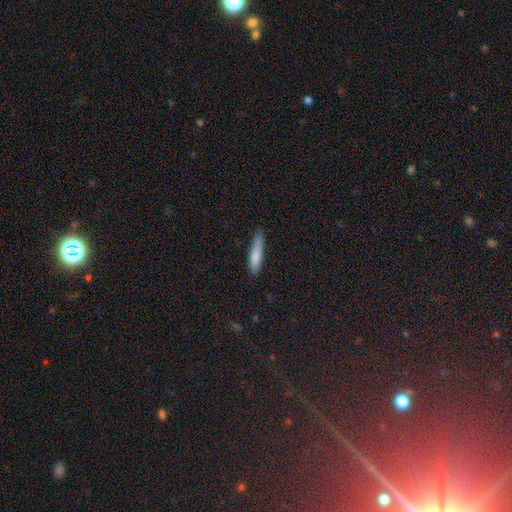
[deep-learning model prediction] The model was most divided on "merging": none: 72%, minor disturbance: 23%, major disturbance: 4%, merger: 2%. More confident: how rounded — cigar-shaped (83%); smooth or featured — smooth (81%).